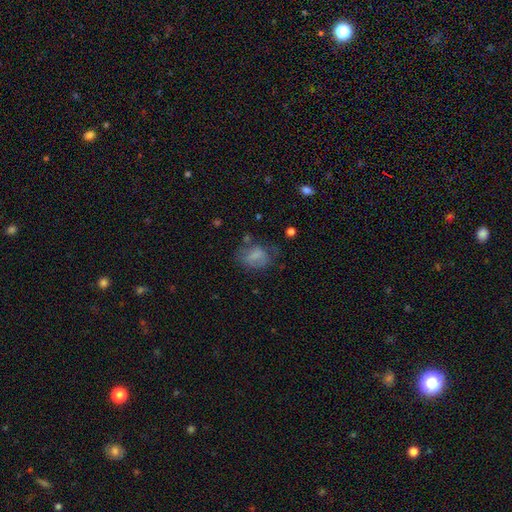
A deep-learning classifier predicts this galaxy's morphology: Q: Smooth or featured?
A: smooth (66%); runner-up: featured or disk (23%)
Q: How rounded?
A: in between (66%); runner-up: round (33%)
Q: Merging?
A: none (47%); runner-up: minor disturbance (27%)